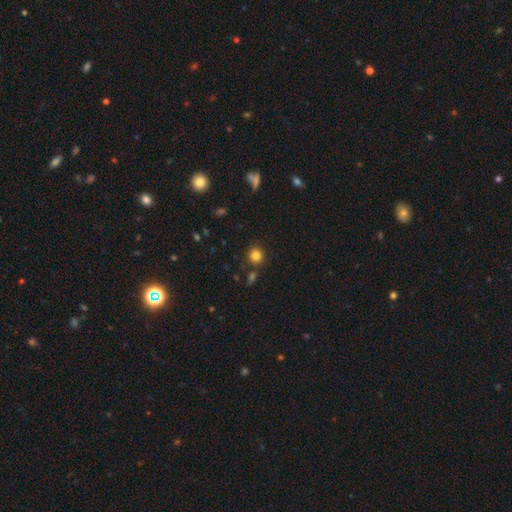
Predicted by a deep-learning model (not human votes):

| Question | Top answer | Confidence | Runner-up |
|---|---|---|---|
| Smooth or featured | smooth | 82% | star or artifact (12%) |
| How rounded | round | 91% | in between (8%) |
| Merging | none | 82% | minor disturbance (8%) |